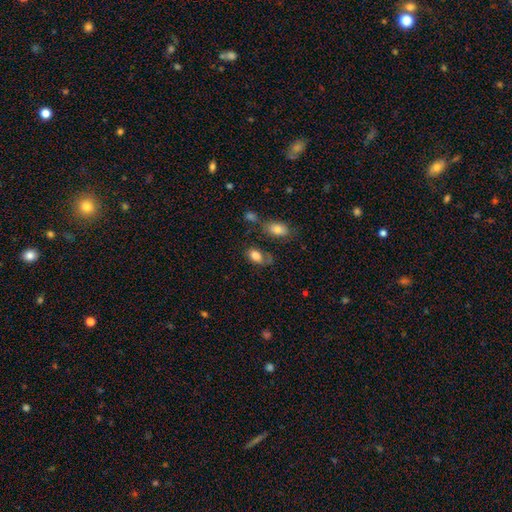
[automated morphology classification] A smooth galaxy with no disk features (80%) that is in between round and cigar-shaped (90%).

Vote fractions:
- Smooth or featured? smooth: 80% / featured or disk: 12% / star or artifact: 8%
- How rounded? in between: 90% / round: 8% / cigar-shaped: 2%
- Merging? none: 50% / minor disturbance: 26% / major disturbance: 15% / merger: 9%